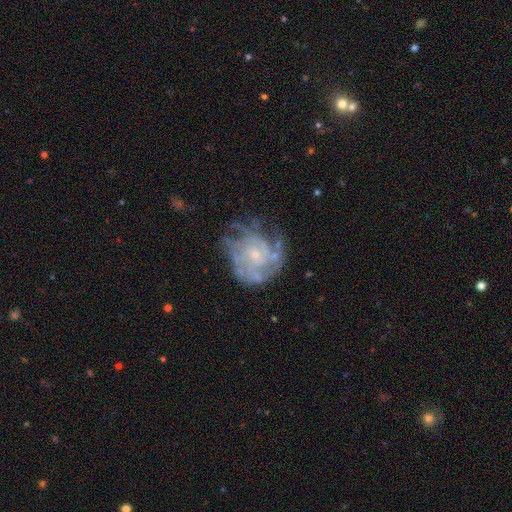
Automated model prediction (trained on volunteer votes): Smooth or featured? Predicted: featured or disk (p=0.84). Edge-on disk? Predicted: no (p=0.98). Bar? Predicted: no (p=0.76). Spiral arms? Predicted: yes (p=0.91). Spiral winding? Predicted: tight (p=0.62). Spiral arm count? Predicted: can't tell (p=0.36). Bulge size? Predicted: small (p=0.77). Merging? Predicted: none (p=0.58).